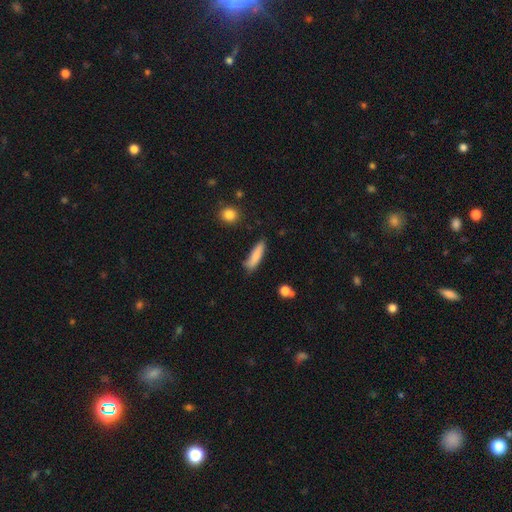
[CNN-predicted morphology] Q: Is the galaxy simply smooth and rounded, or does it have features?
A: smooth — 83%.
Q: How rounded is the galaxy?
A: cigar-shaped — 71%.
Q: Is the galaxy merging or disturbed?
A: none — 74%.